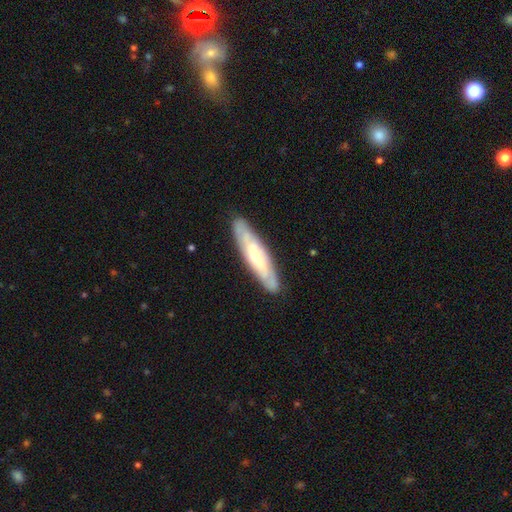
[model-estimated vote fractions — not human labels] This is possibly a featured or disk galaxy (52%). It is likely viewed edge-on (68%). Merging: clearly none (86%).